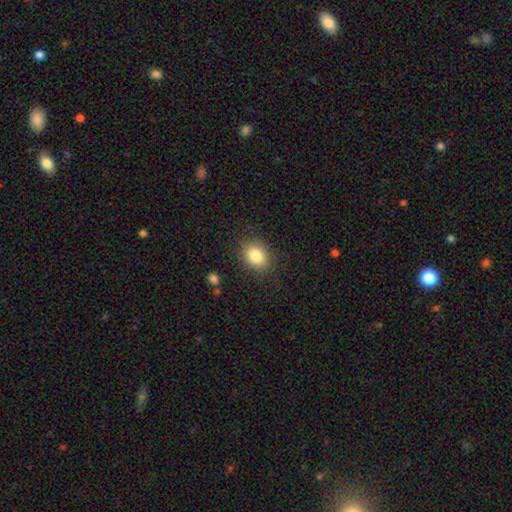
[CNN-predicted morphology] smooth 84%, star or artifact 9%, featured or disk 7%. Down the decision tree: how rounded — round (52%); merging — none (84%).